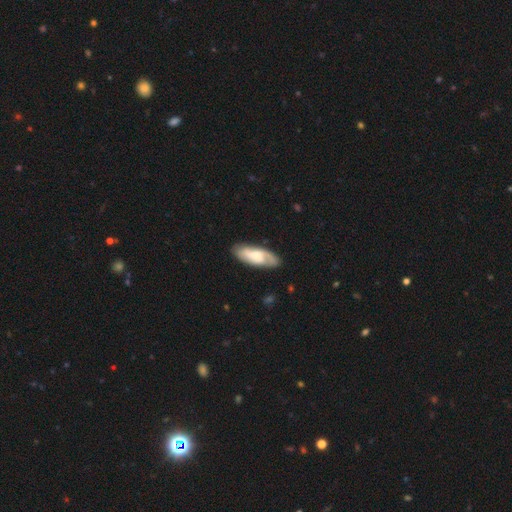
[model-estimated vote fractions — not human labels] featured or disk 53%, smooth 41%, star or artifact 6%. Down the decision tree: edge-on disk — no (87%); merging — none (80%).